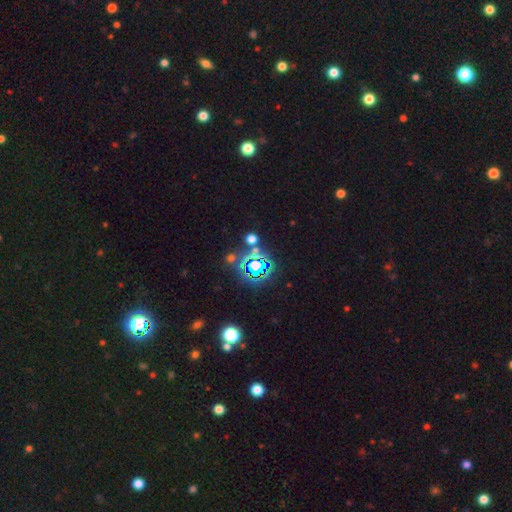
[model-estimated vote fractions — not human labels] Smooth or featured? star or artifact (75%)